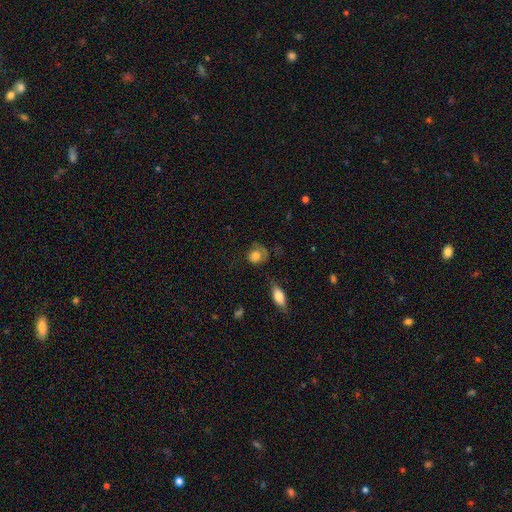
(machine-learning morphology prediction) Overall: smooth (74%). How rounded: round (71%). Merging: none (47%; minor disturbance 27%).